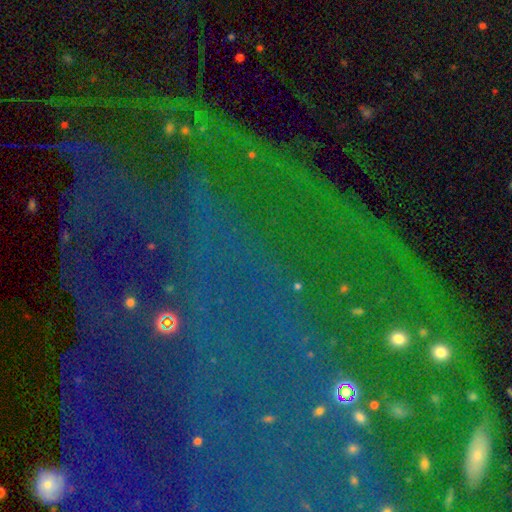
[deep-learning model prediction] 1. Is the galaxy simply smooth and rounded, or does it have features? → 82% star or artifact, 10% featured or disk, 8% smooth.